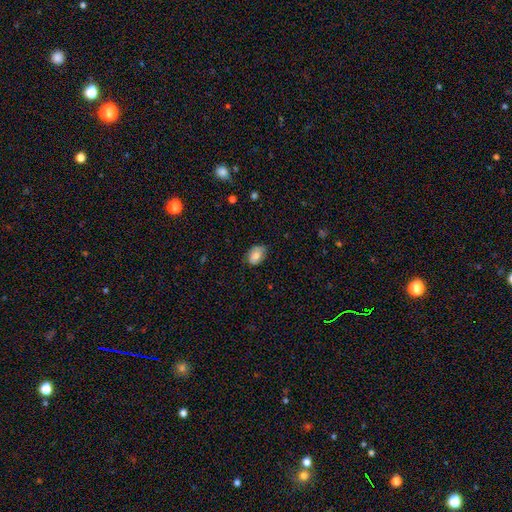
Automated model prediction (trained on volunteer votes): This appears to be a smooth galaxy with no disk features (81%) that is in between round and cigar-shaped (84%). Merging: none (67%).